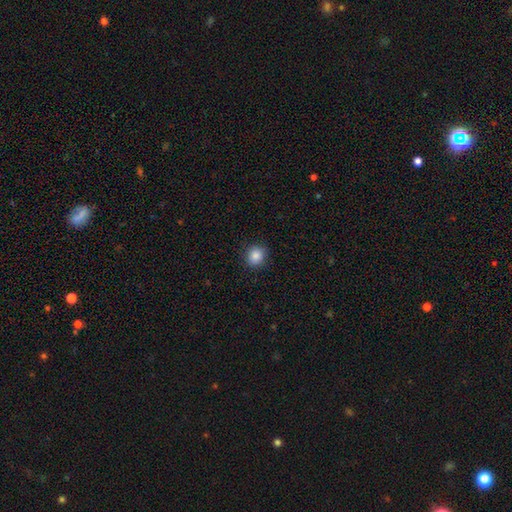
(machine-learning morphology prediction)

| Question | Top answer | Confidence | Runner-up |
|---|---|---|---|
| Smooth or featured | smooth | 86% | star or artifact (10%) |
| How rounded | round | 80% | in between (19%) |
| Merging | none | 89% | minor disturbance (8%) |